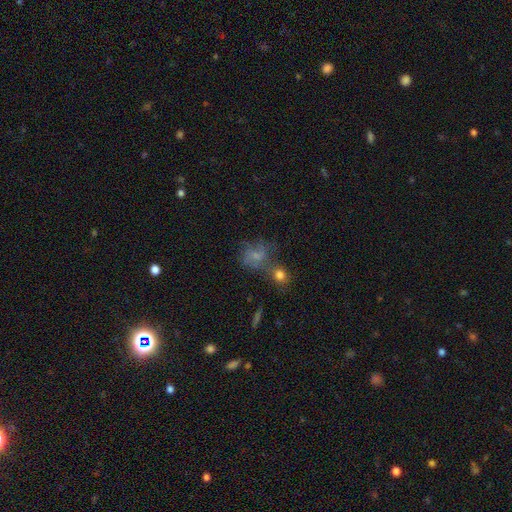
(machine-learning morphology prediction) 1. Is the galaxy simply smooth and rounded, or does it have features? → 44% smooth, 40% featured or disk, 16% star or artifact.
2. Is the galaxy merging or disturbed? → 37% none, 27% merger, 18% minor disturbance, 18% major disturbance.